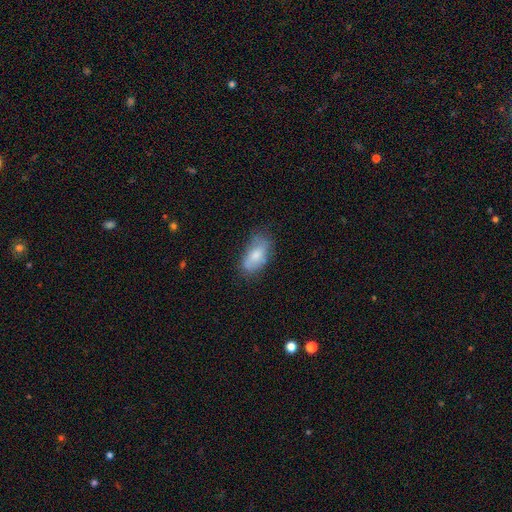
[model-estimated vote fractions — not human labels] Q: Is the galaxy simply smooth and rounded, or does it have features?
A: smooth — 70%.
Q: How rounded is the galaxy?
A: in between — 90%.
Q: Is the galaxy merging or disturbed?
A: none — 61%.